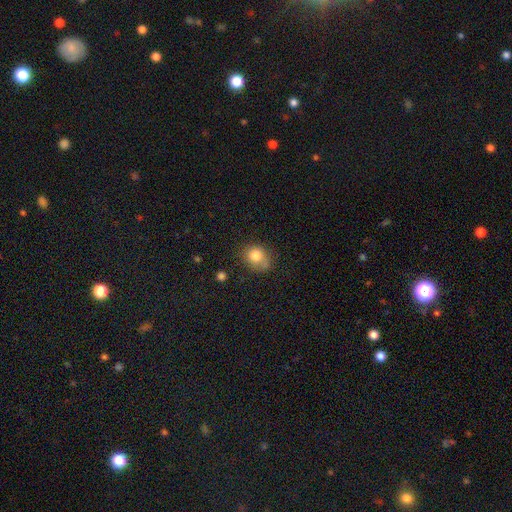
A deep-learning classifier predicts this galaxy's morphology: Smooth or featured?
  - smooth: 81% *
  - star or artifact: 10%
  - featured or disk: 10%
How rounded?
  - round: 64% *
  - in between: 35%
  - cigar-shaped: 1%
Merging?
  - none: 53% *
  - minor disturbance: 28%
  - major disturbance: 10%
  - merger: 8%